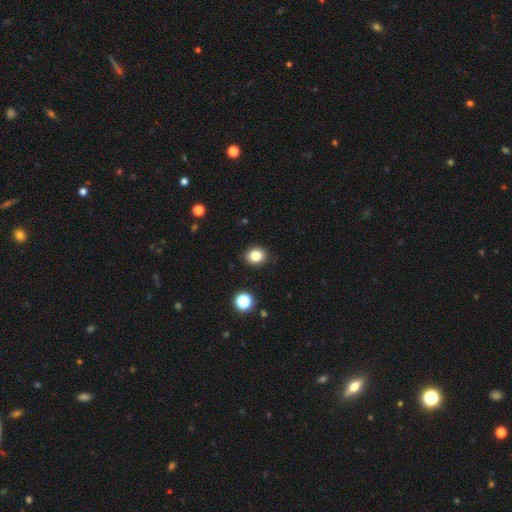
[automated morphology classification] A smooth galaxy with no disk features (83%) that is round (69%).

Vote fractions:
- Smooth or featured? smooth: 83% / star or artifact: 12% / featured or disk: 6%
- How rounded? round: 69% / in between: 30% / cigar-shaped: 1%
- Merging? none: 90% / minor disturbance: 7% / major disturbance: 2% / merger: 1%